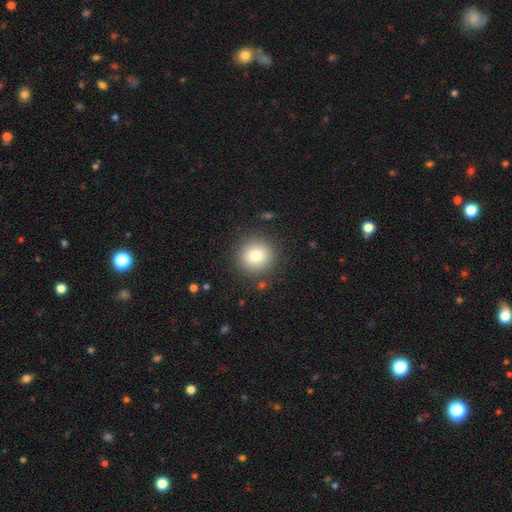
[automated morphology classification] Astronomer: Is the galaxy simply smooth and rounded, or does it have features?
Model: smooth — 81%.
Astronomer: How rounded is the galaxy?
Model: round — 94%.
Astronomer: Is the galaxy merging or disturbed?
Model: none — 88%.